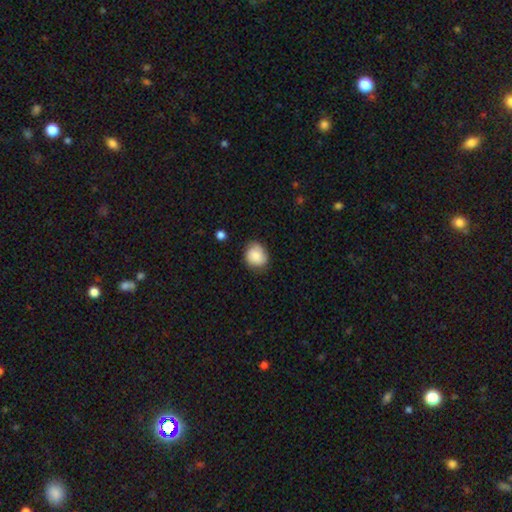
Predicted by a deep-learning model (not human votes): smooth_or_featured: smooth (p=0.73) [alt: featured or disk p=0.19]
how_rounded: round (p=0.65) [alt: in between p=0.35]
merging: none (p=0.76) [alt: minor disturbance p=0.18]